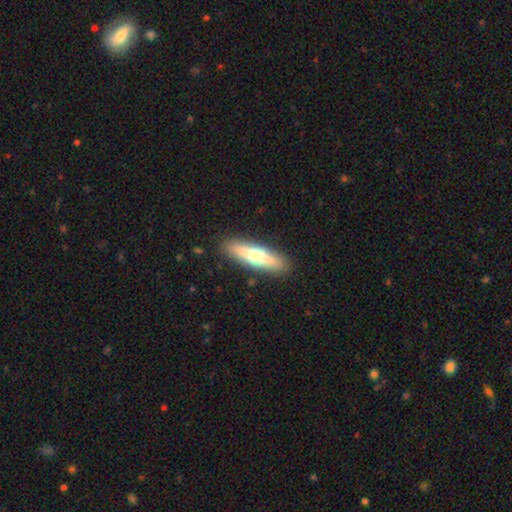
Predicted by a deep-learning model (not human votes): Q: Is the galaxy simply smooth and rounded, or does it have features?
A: smooth — 50%.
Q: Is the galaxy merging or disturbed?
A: none — 90%.